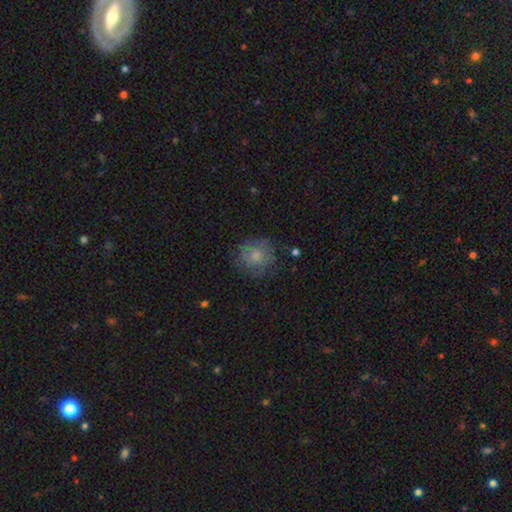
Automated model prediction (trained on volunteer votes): Morphology: type=smooth (66%); roundness=round (87%); merging=none (70%).